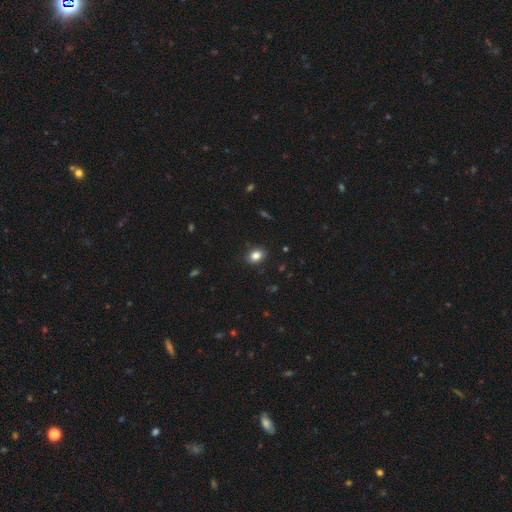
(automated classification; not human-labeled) Overall: smooth (85%). How rounded: in between (69%; round 30%). Merging: none (88%).